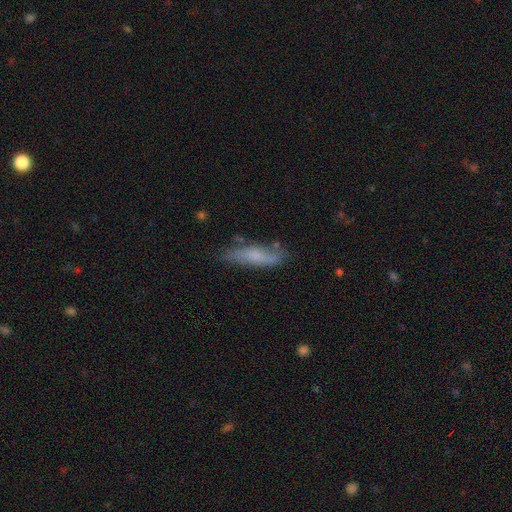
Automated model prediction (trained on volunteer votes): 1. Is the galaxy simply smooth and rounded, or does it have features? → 58% smooth, 34% featured or disk, 8% star or artifact.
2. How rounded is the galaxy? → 68% cigar-shaped, 29% in between, 2% round.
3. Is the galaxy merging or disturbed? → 65% none, 24% minor disturbance, 7% major disturbance, 4% merger.